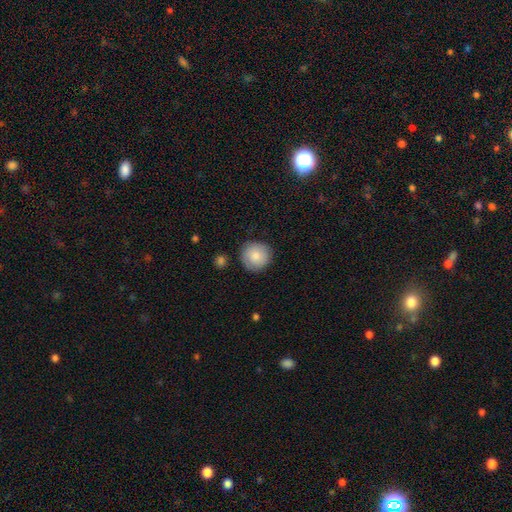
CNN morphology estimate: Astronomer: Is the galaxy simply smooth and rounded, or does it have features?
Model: smooth — 83%.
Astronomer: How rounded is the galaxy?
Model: round — 94%.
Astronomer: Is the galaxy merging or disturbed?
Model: none — 85%.